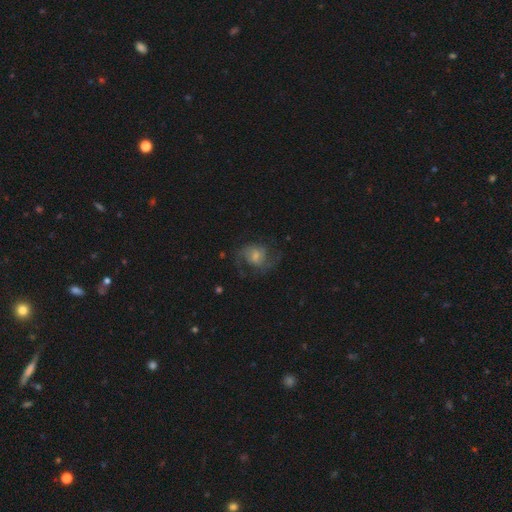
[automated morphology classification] A featured or disk galaxy (68%) with no bar (50%), 2 (71%) medium (50%) spiral arms (90%) and a small central bulge (47%).

Vote fractions:
- Smooth or featured? featured or disk: 68% / smooth: 24% / star or artifact: 8%
- Edge-on disk? no: 98% / yes: 2%
- Bar? no: 50% / weak: 43% / strong: 7%
- Spiral arms? yes: 90% / no: 10%
- Spiral winding? medium: 50% / loose: 33% / tight: 17%
- Spiral arm count? 2: 71% / can't tell: 13% / 3: 7% / 1: 5% / 4: 2% / more than 4: 2%
- Bulge size? small: 47% / moderate: 34% / none: 10% / large: 7% / dominant: 2%
- Merging? none: 59% / major disturbance: 21% / minor disturbance: 19% / merger: 2%